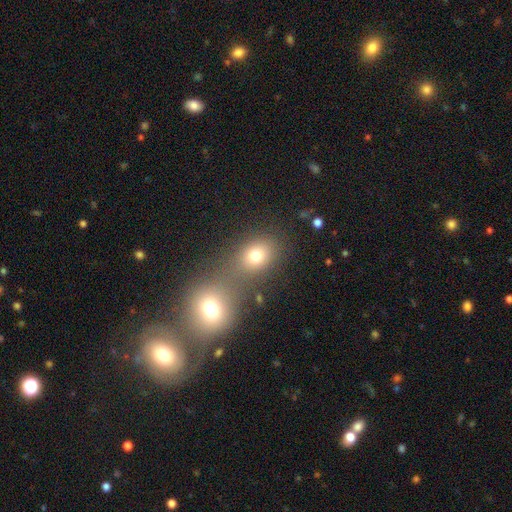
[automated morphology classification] type=smooth (74%); roundness=round (52%); merging=none (53%).